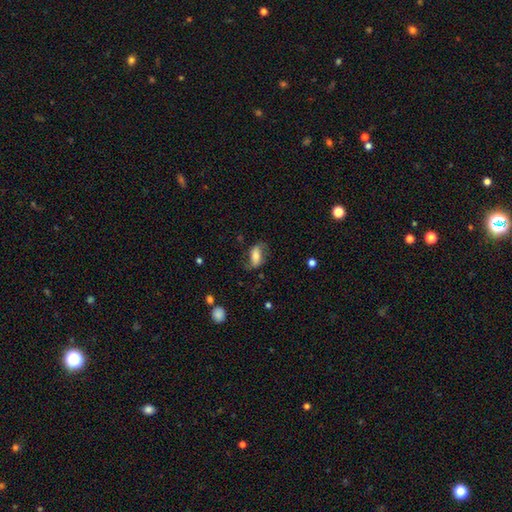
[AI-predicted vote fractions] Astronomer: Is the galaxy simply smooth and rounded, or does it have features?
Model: smooth — 55% (runner-up: featured or disk, 37%).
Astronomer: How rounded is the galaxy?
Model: in between — 83%.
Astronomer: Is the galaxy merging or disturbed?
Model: none — 62%.